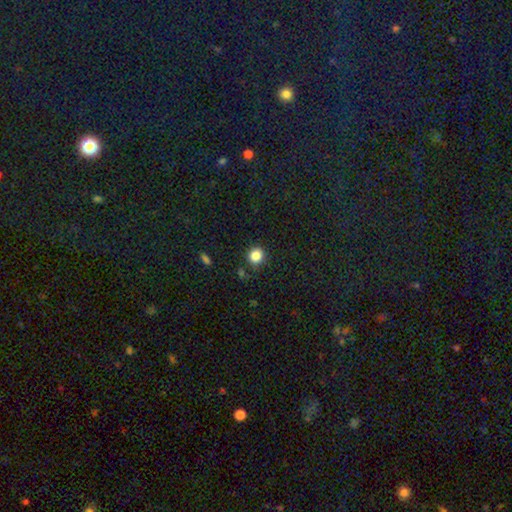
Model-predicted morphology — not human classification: This is clearly a smooth galaxy (85%). How rounded: clearly round (85%). Merging: clearly none (85%).